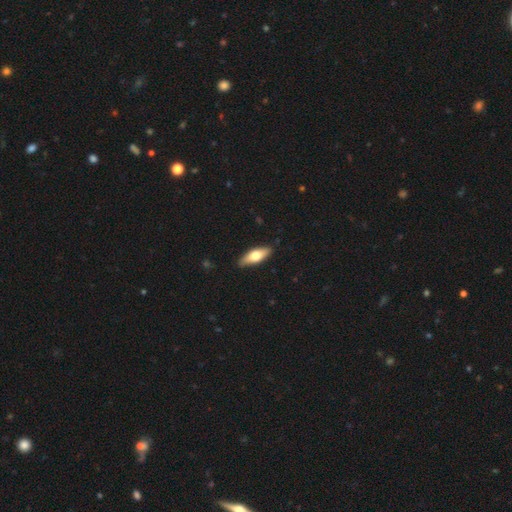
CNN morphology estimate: This appears to be a smooth galaxy with no disk features (61%) that is in between round and cigar-shaped (63%). Merging: none (88%).